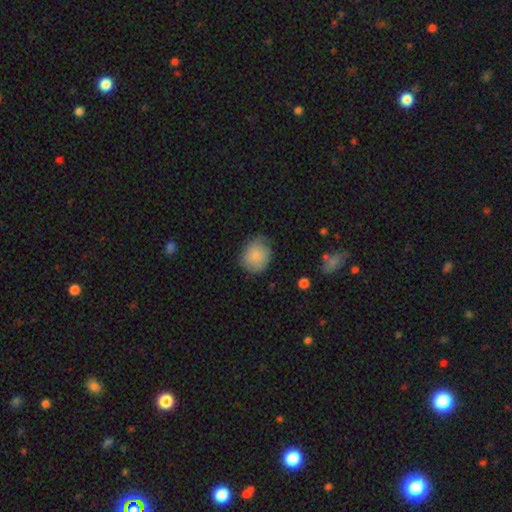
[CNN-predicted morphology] smooth-or-featured: smooth: 82% | featured or disk: 12% | star or artifact: 7%
  how-rounded: round: 71% | in between: 28% | cigar-shaped: 1%
  merging: none: 65% | minor disturbance: 27% | major disturbance: 6% | merger: 1%